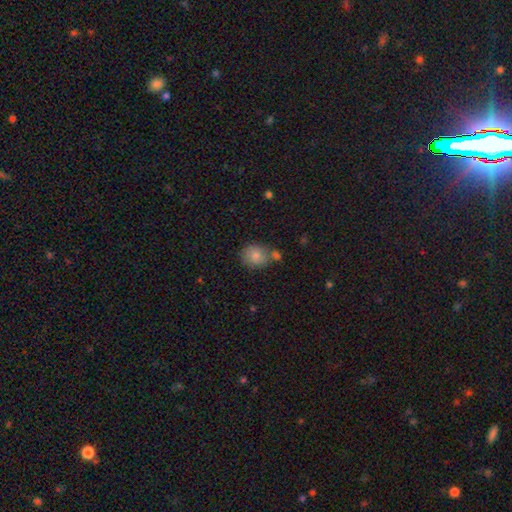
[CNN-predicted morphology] type=smooth (83%); roundness=round (74%); merging=none (62%).